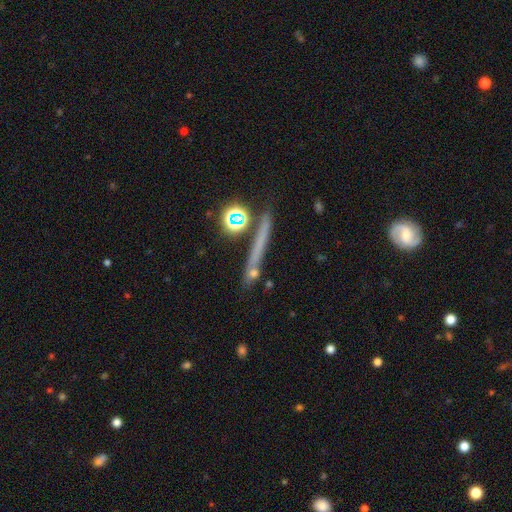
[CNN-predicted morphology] Overall: smooth (41%, tied with featured or disk). Merging: none (73%).